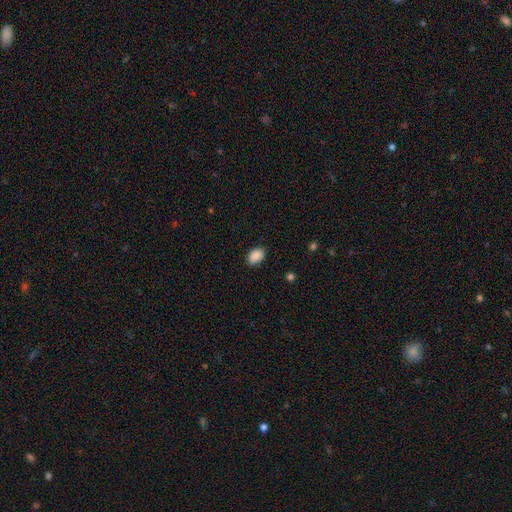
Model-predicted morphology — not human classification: A smooth galaxy with no disk features (89%) that is in between round and cigar-shaped (86%). Merging: none (82%).